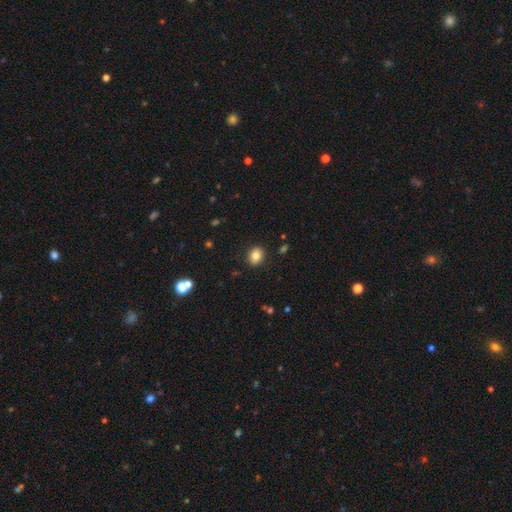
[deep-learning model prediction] The model was most divided on "how rounded": round: 54%, in between: 45%, cigar-shaped: 1%. More confident: merging — none (90%); smooth or featured — smooth (83%).